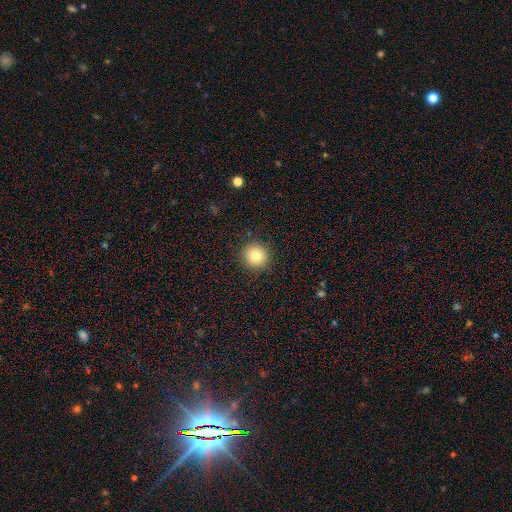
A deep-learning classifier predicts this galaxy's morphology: smooth_or_featured: smooth (p=0.82) [alt: star or artifact p=0.10]
how_rounded: round (p=0.94) [alt: in between p=0.05]
merging: none (p=0.91) [alt: minor disturbance p=0.06]